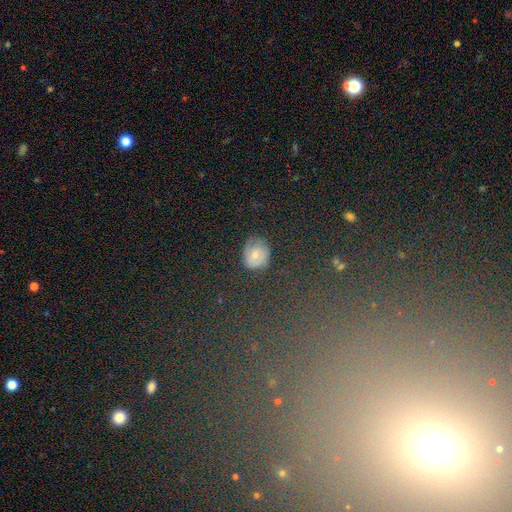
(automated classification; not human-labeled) The model was most divided on "smooth or featured": smooth: 48%, featured or disk: 33%, star or artifact: 20%. More confident: merging — none (69%).